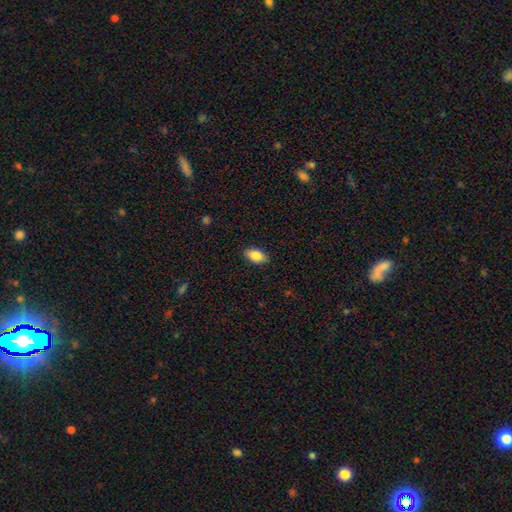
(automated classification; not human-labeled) Smooth or featured? smooth (87%)
How rounded? in between (92%)
Merging? none (89%)